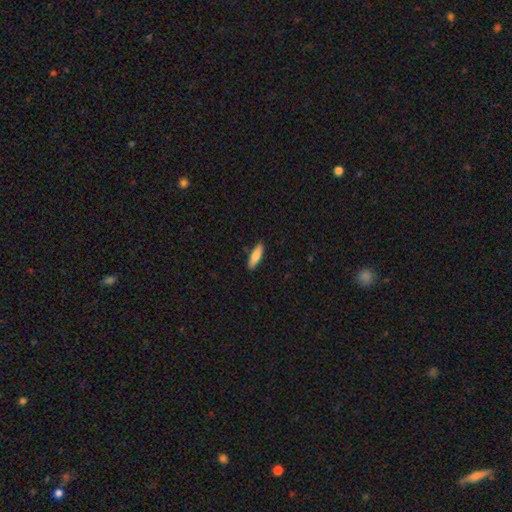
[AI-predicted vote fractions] Smooth or featured? smooth (82%)
How rounded? cigar-shaped (56%)
Merging? none (88%)